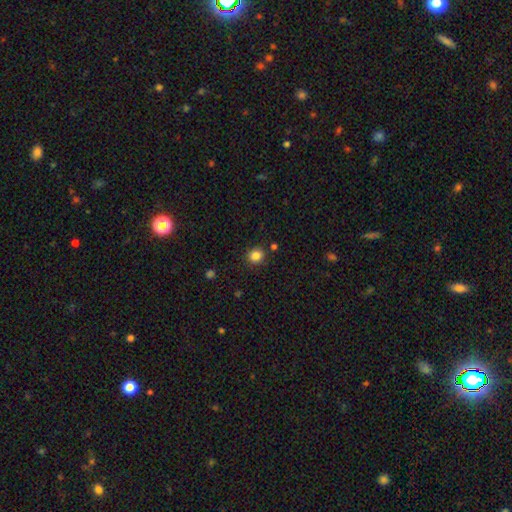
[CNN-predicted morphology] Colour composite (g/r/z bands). It shows a smooth galaxy with no disk features (85%) that is round (80%). Merging: none (86%).